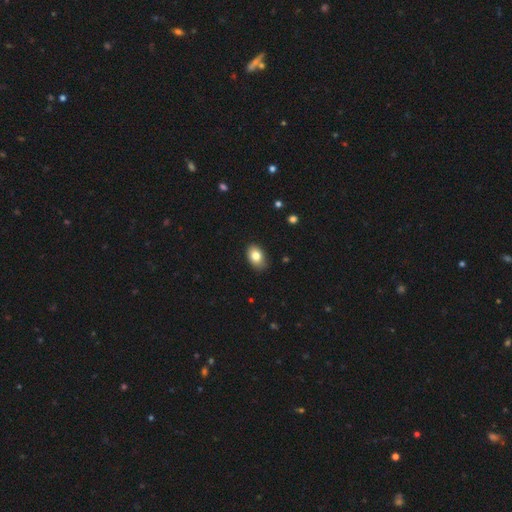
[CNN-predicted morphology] A smooth galaxy with no disk features (81%) that is in between round and cigar-shaped (86%). Merging: none (83%).